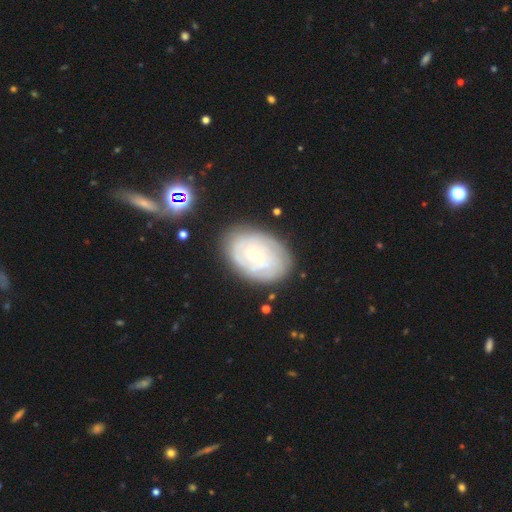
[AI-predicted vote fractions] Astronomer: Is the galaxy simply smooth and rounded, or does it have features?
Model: featured or disk — 68%.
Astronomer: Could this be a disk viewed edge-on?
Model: no — 96%.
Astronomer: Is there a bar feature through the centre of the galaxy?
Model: no — 71%.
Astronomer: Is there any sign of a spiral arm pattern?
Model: yes — 80%.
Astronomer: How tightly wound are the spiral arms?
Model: tight — 75%.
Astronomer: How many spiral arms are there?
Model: can't tell — 57%.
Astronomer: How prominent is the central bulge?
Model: small — 76%.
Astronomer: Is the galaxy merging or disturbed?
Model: none — 78%.